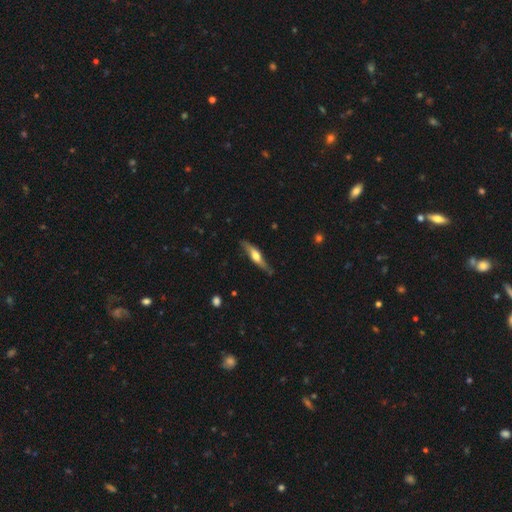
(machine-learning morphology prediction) A featured or disk galaxy (61%) viewed edge-on (88%) with a rounded central bulge (85%).

Vote fractions:
- Smooth or featured? featured or disk: 61% / smooth: 34% / star or artifact: 5%
- Edge-on disk? yes: 88% / no: 12%
- Edge-on bulge? rounded: 85% / boxy: 11% / none: 5%
- Merging? none: 75% / minor disturbance: 19% / major disturbance: 4% / merger: 2%